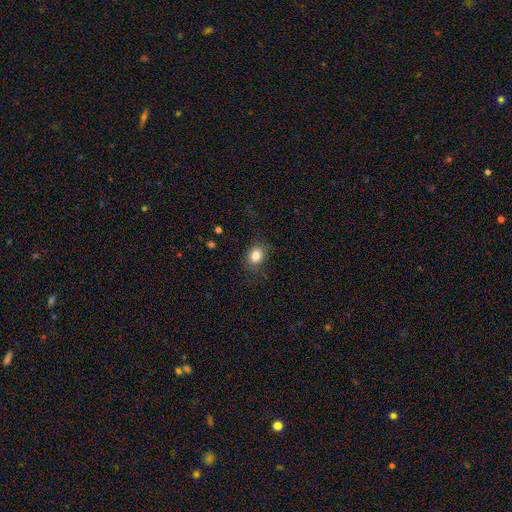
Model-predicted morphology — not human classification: Smooth or featured?
  - smooth: 84% *
  - star or artifact: 10%
  - featured or disk: 6%
How rounded?
  - in between: 63% *
  - round: 36%
  - cigar-shaped: 1%
Merging?
  - none: 78% *
  - minor disturbance: 15%
  - major disturbance: 6%
  - merger: 1%